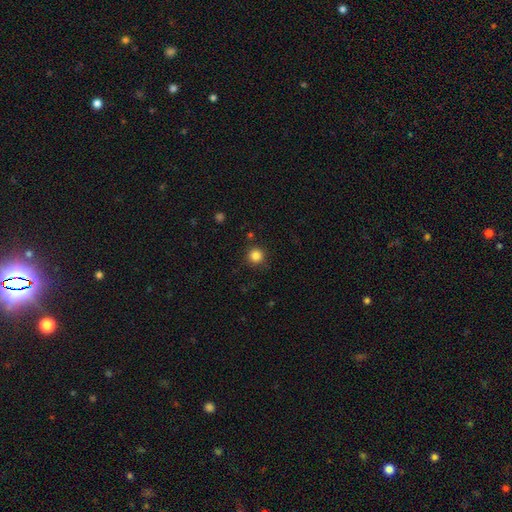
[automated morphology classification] smooth 85%, star or artifact 12%, featured or disk 4%. Down the decision tree: how rounded — round (95%); merging — none (89%).